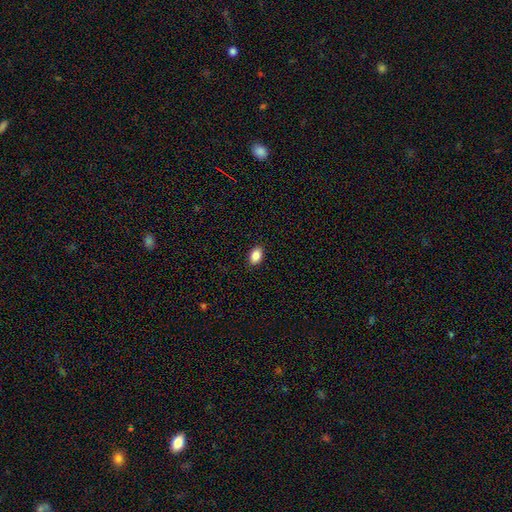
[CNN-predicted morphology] The model was most divided on "how rounded": in between: 85%, round: 13%, cigar-shaped: 1%. More confident: merging — none (90%); smooth or featured — smooth (88%).